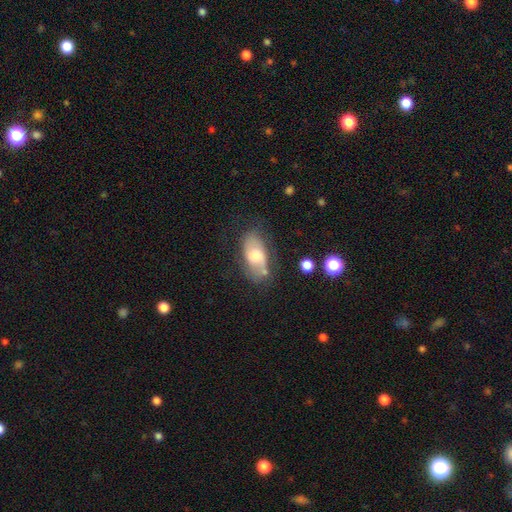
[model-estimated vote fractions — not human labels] smooth 55%, featured or disk 37%, star or artifact 8%. Down the decision tree: how rounded — in between (90%); merging — none (60%).